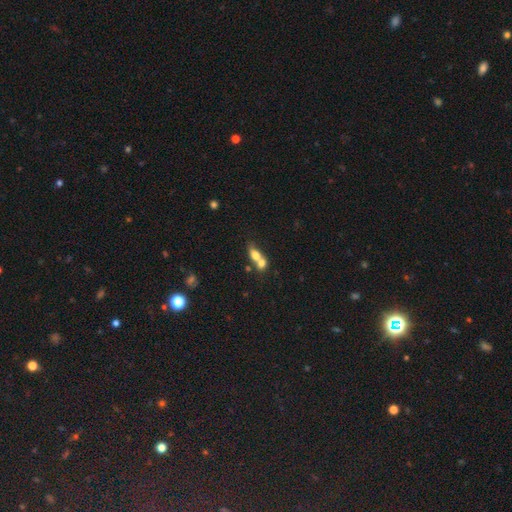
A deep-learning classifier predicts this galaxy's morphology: Smooth or featured? Predicted: smooth (p=0.70). How rounded? Predicted: in between (p=0.62). Merging? Predicted: merger (p=0.69).